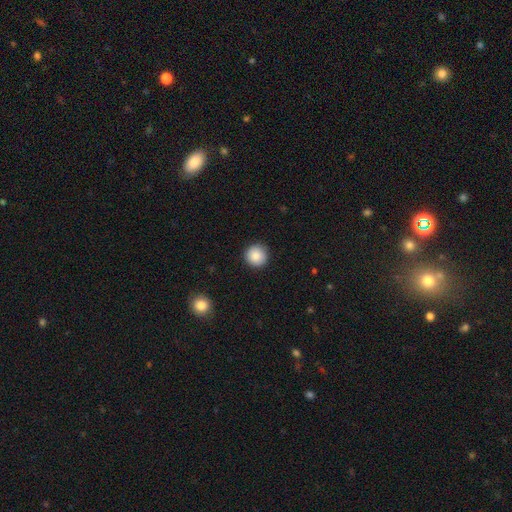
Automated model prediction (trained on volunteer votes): A smooth galaxy with no disk features (87%) that is round (96%). Merging: none (91%).